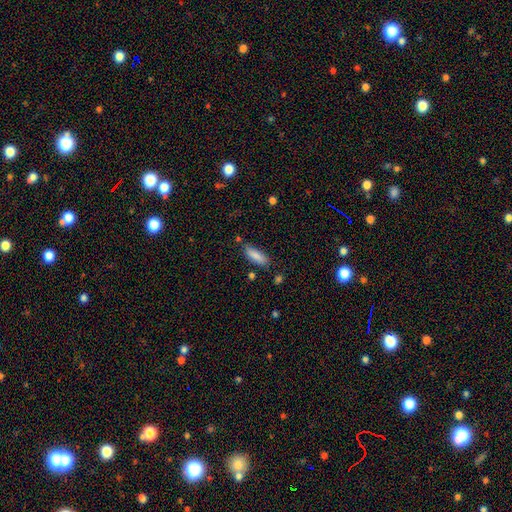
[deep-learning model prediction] Q: Smooth or featured?
A: smooth (86%); runner-up: featured or disk (8%)
Q: How rounded?
A: in between (58%); runner-up: cigar-shaped (41%)
Q: Merging?
A: none (75%); runner-up: minor disturbance (17%)